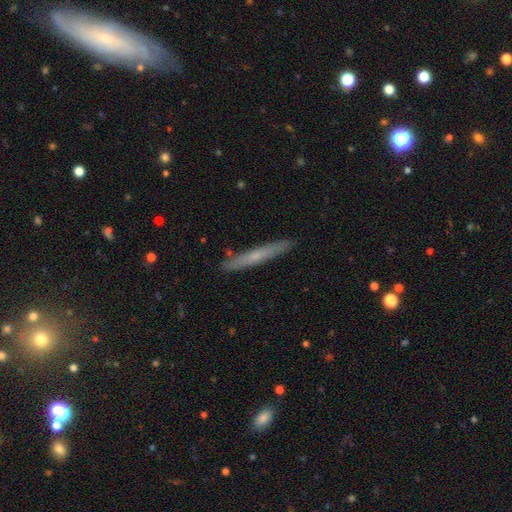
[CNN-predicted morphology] type=featured or disk (47%, tied with smooth); merging=none (88%).